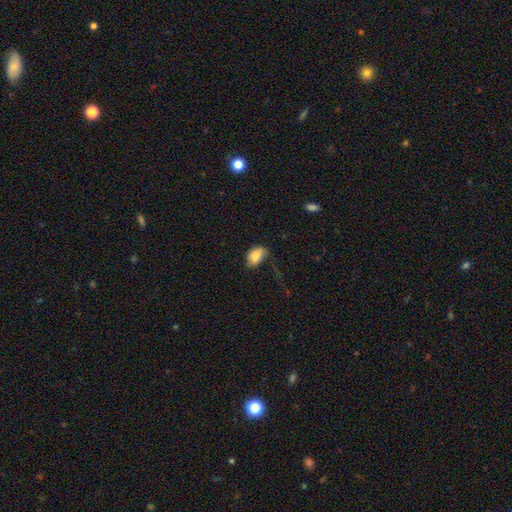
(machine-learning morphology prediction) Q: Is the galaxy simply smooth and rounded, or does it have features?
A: smooth — 83%.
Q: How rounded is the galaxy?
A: in between — 89%.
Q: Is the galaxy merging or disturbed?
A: none — 57%.